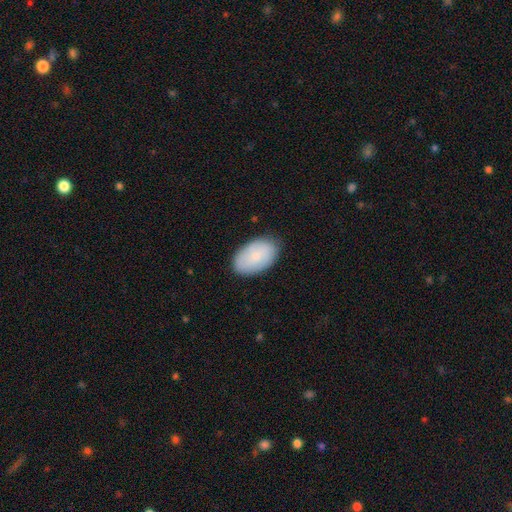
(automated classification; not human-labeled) smooth-or-featured: smooth: 79% | featured or disk: 15% | star or artifact: 6%
  how-rounded: in between: 94% | round: 5% | cigar-shaped: 1%
  merging: none: 83% | minor disturbance: 13% | major disturbance: 3% | merger: 1%